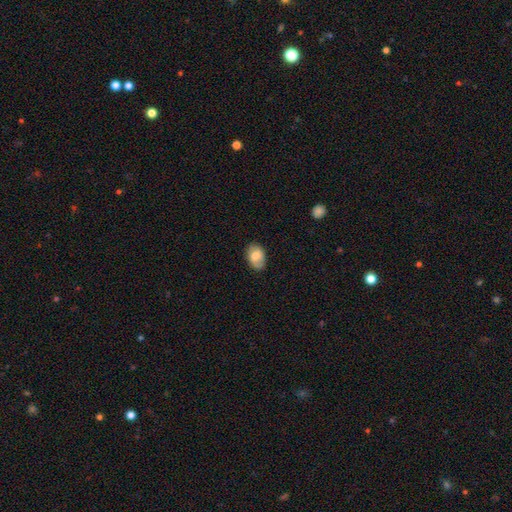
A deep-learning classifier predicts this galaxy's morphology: smooth_or_featured: smooth (p=0.62) [alt: featured or disk p=0.30]
how_rounded: in between (p=0.83) [alt: round p=0.15]
merging: none (p=0.78) [alt: minor disturbance p=0.17]